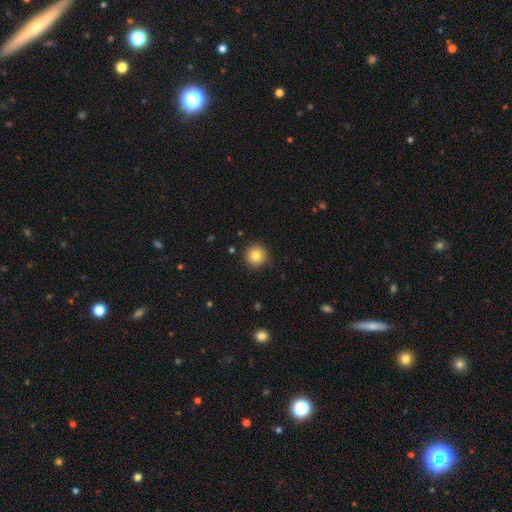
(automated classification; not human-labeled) A smooth galaxy with no disk features (83%) that is round (95%).

Vote fractions:
- Smooth or featured? smooth: 83% / star or artifact: 10% / featured or disk: 7%
- How rounded? round: 95% / in between: 4% / cigar-shaped: 1%
- Merging? none: 89% / minor disturbance: 8% / major disturbance: 2% / merger: 1%